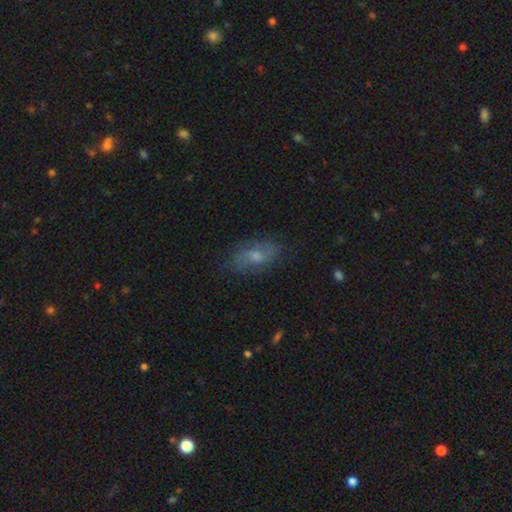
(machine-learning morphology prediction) smooth-or-featured: featured or disk: 57% | smooth: 32% | star or artifact: 12%
  disk-edge-on: no: 91% | yes: 9%
    bar: no: 52% | weak: 40% | strong: 7%
    has-spiral-arms: yes: 84% | no: 16%
    bulge-size: moderate: 51% | small: 34% | none: 8% | large: 6% | dominant: 1%
  merging: none: 76% | minor disturbance: 17% | major disturbance: 6% | merger: 1%